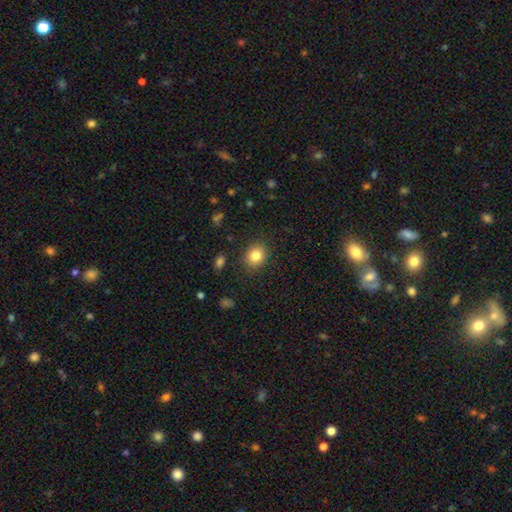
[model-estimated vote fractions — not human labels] This is clearly a smooth galaxy (83%). How rounded: likely round (64%). Merging: clearly none (87%).